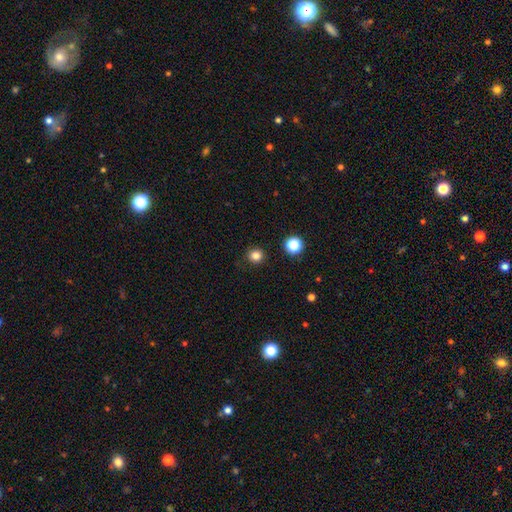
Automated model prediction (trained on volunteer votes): Smooth or featured? smooth (83%)
How rounded? round (91%)
Merging? none (90%)